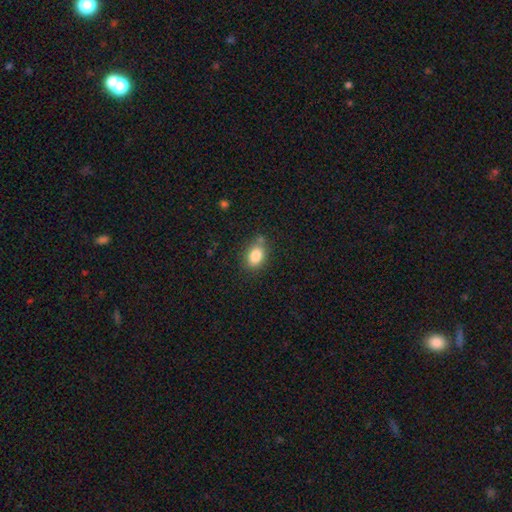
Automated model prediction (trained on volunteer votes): This is clearly a smooth galaxy (84%). How rounded: likely in between (75%). Merging: likely none (75%).